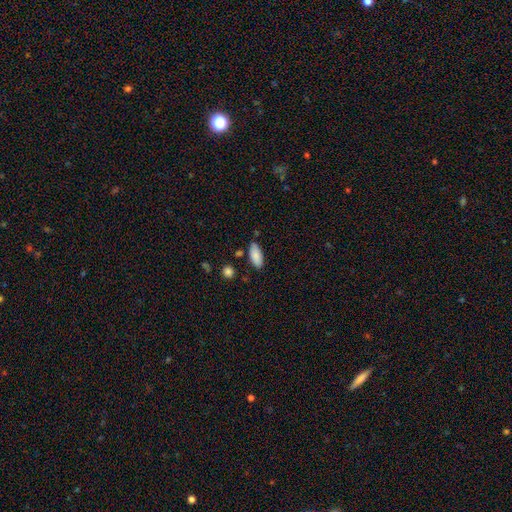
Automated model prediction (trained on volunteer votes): Smooth or featured?
  - smooth: 88% *
  - star or artifact: 7%
  - featured or disk: 6%
How rounded?
  - in between: 86% *
  - cigar-shaped: 12%
  - round: 2%
Merging?
  - none: 79% *
  - minor disturbance: 15%
  - merger: 4%
  - major disturbance: 3%